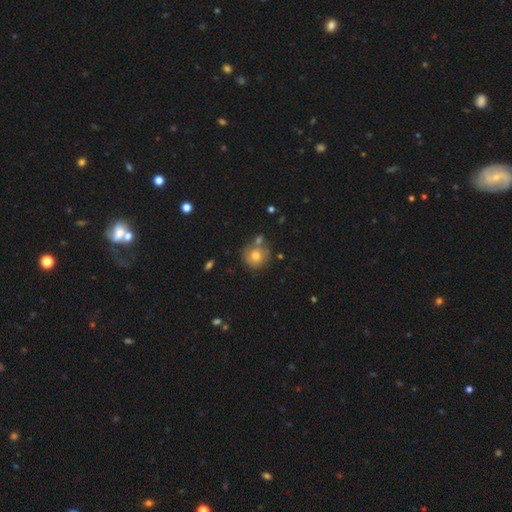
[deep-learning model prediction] smooth 72%, featured or disk 18%, star or artifact 10%. Down the decision tree: how rounded — round (90%); merging — none (62%).